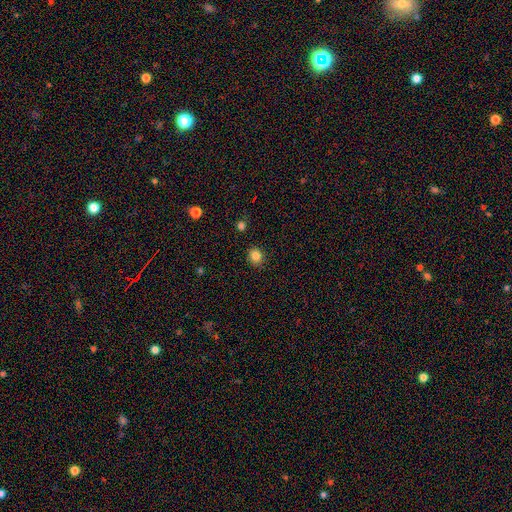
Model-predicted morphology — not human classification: smooth-or-featured: smooth: 84% | star or artifact: 11% | featured or disk: 5%
  how-rounded: round: 76% | in between: 24% | cigar-shaped: 1%
  merging: none: 89% | minor disturbance: 8% | major disturbance: 2% | merger: 1%